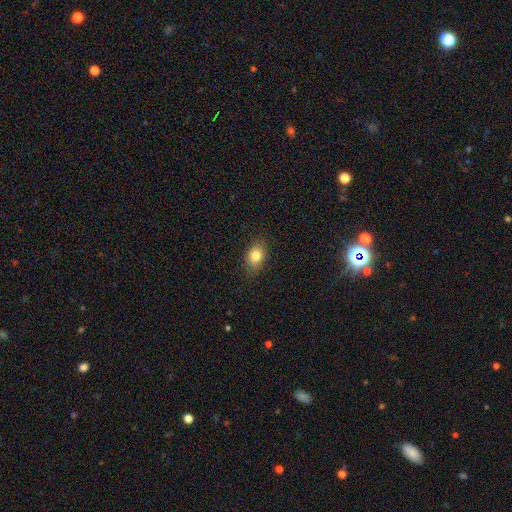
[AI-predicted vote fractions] Q: Smooth or featured?
A: smooth (82%); runner-up: featured or disk (9%)
Q: How rounded?
A: in between (82%); runner-up: round (16%)
Q: Merging?
A: none (87%); runner-up: minor disturbance (10%)